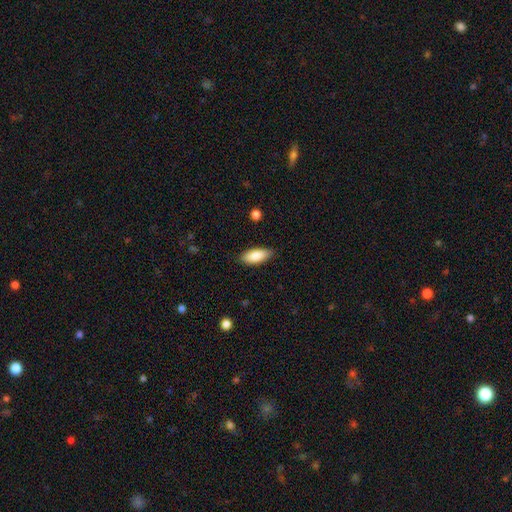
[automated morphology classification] smooth 86%, featured or disk 8%, star or artifact 6%. Down the decision tree: how rounded — in between (84%); merging — none (84%).